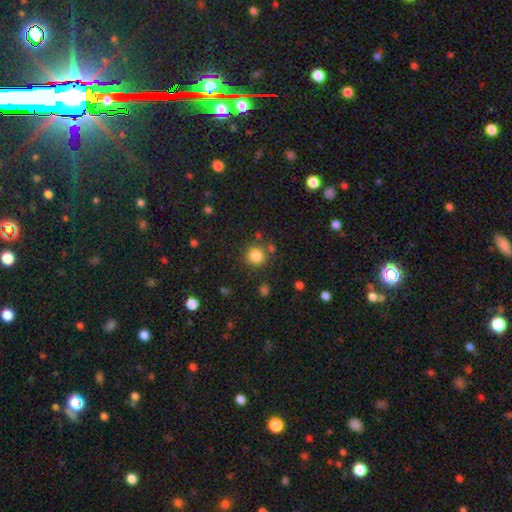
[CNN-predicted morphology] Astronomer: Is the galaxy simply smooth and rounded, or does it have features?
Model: smooth — 83%.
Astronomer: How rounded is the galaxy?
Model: round — 89%.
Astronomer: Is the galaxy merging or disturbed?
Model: none — 80%.